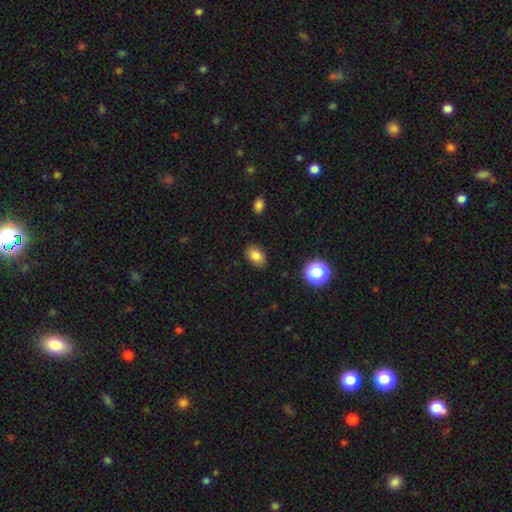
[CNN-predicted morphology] A smooth galaxy with no disk features (83%) that is in between round and cigar-shaped (83%). Merging: none (85%).